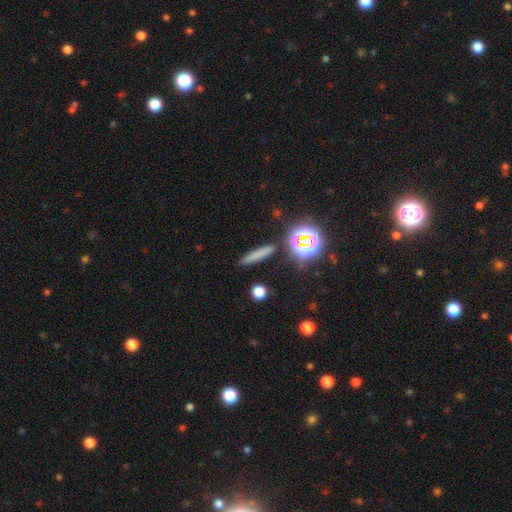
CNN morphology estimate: This appears to be a smooth galaxy with no disk features (71%) that is cigar-shaped (88%). Merging: none (87%).